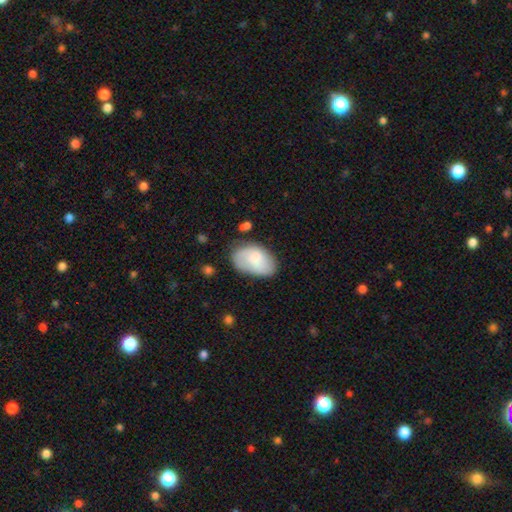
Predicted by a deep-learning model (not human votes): A smooth galaxy with no disk features (74%) that is in between round and cigar-shaped (91%).

Vote fractions:
- Smooth or featured? smooth: 74% / featured or disk: 20% / star or artifact: 6%
- How rounded? in between: 91% / round: 7% / cigar-shaped: 1%
- Merging? none: 57% / minor disturbance: 28% / major disturbance: 10% / merger: 4%